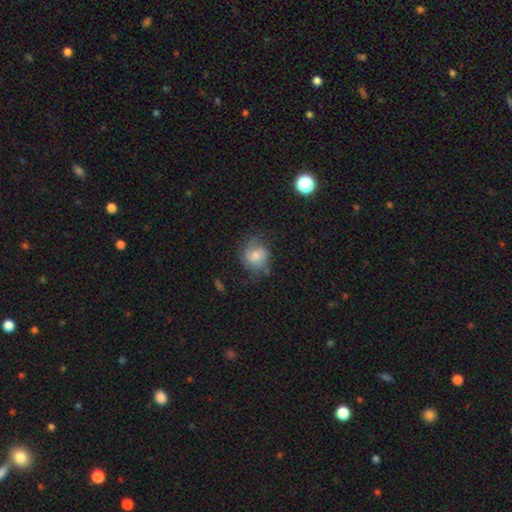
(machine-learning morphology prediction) smooth-or-featured: featured or disk: 51% | smooth: 40% | star or artifact: 9%
  disk-edge-on: no: 97% | yes: 3%
  merging: none: 57% | minor disturbance: 25% | major disturbance: 16% | merger: 2%